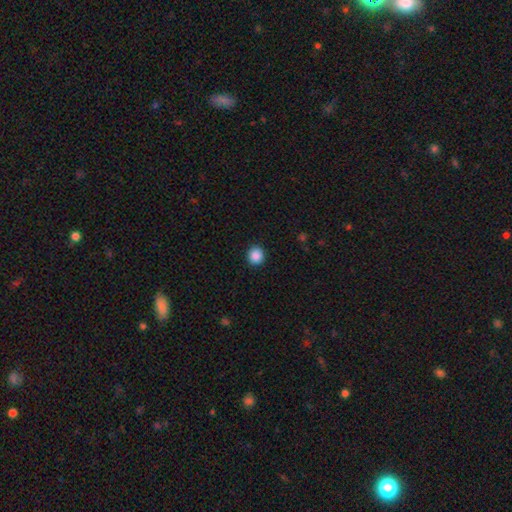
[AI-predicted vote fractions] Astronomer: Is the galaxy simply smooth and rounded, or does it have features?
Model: smooth — 88%.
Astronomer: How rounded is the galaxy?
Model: round — 91%.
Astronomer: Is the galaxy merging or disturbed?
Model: none — 92%.